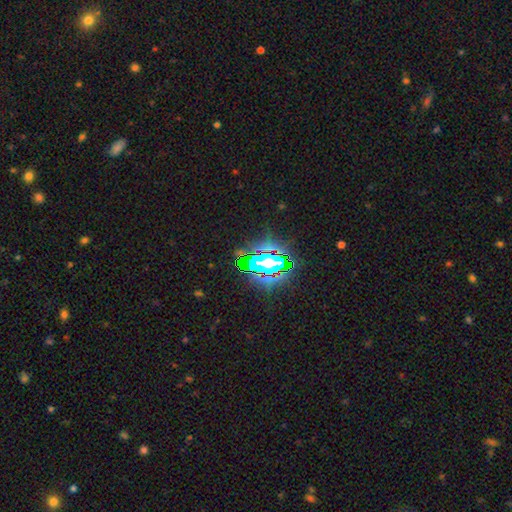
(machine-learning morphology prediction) The model was most divided on "smooth or featured": star or artifact: 81%, smooth: 12%, featured or disk: 7%.